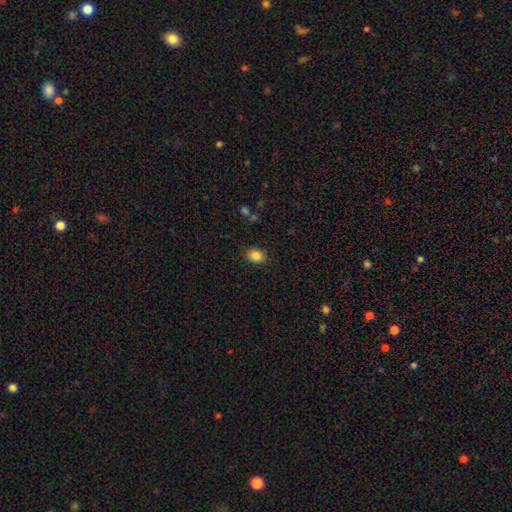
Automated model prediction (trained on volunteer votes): Morphology: type=smooth (86%); roundness=in between (56%); merging=none (86%).